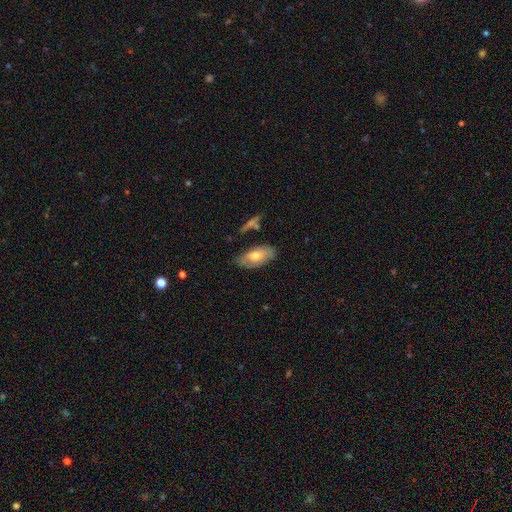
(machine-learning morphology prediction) The model was most divided on "smooth or featured": smooth: 62%, featured or disk: 32%, star or artifact: 6%. More confident: how rounded — in between (90%); merging — none (72%).